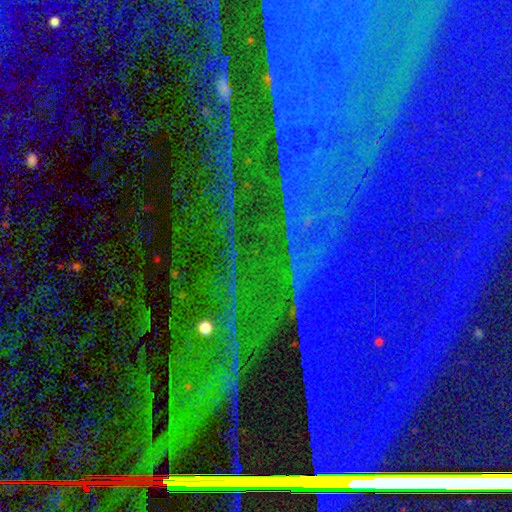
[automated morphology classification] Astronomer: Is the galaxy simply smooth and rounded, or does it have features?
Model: star or artifact — 89%.